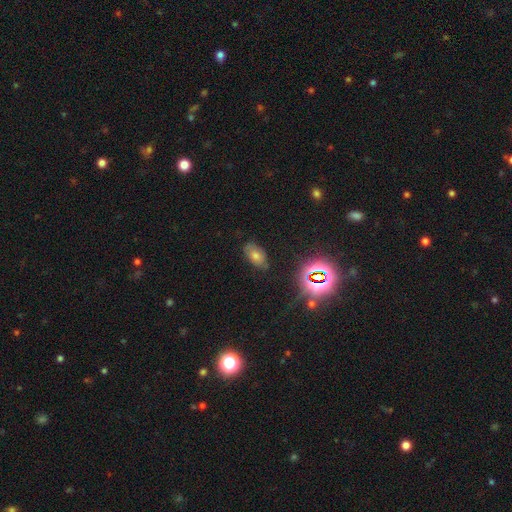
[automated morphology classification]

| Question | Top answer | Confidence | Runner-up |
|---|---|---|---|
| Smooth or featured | smooth | 50% | star or artifact (32%) |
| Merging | none | 78% | minor disturbance (16%) |